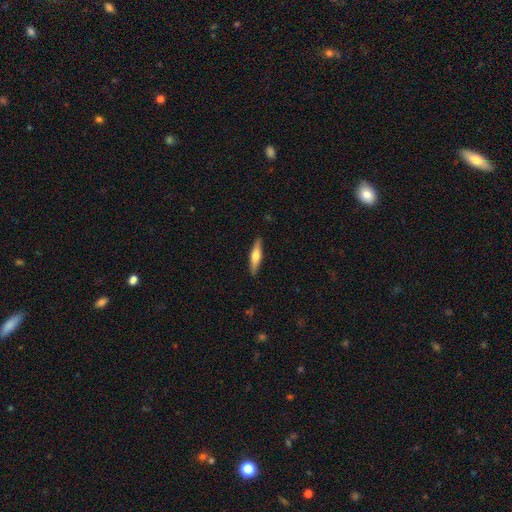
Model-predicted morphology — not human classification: Q: Smooth or featured?
A: smooth (53%); runner-up: featured or disk (42%)
Q: How rounded?
A: cigar-shaped (76%); runner-up: in between (22%)
Q: Merging?
A: none (90%); runner-up: minor disturbance (8%)